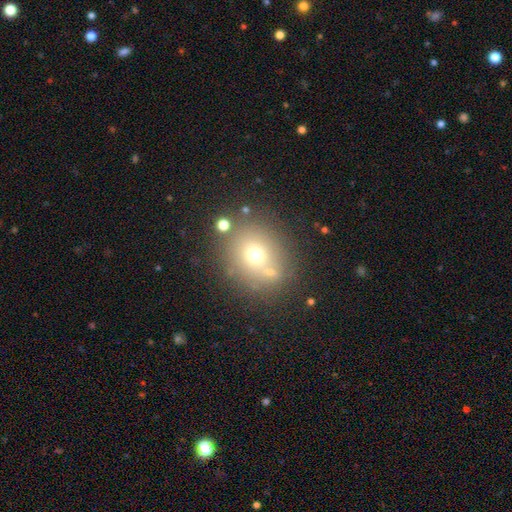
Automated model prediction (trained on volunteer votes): Overall: smooth (64%). How rounded: round (72%). Merging: none (70%).